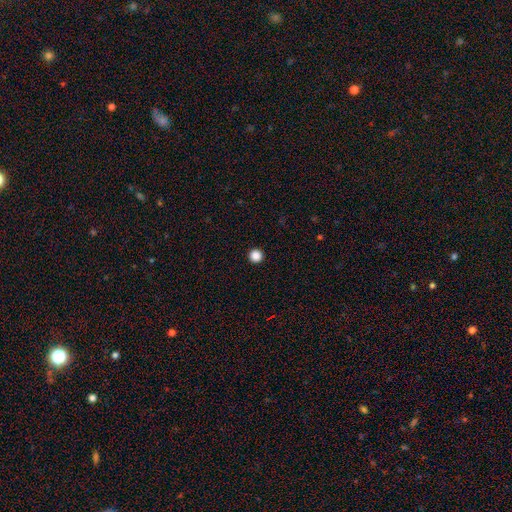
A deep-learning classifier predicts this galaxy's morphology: smooth-or-featured: smooth: 87% | star or artifact: 11% | featured or disk: 2%
  how-rounded: round: 97% | in between: 2% | cigar-shaped: 1%
  merging: none: 94% | minor disturbance: 3% | major disturbance: 1% | merger: 1%